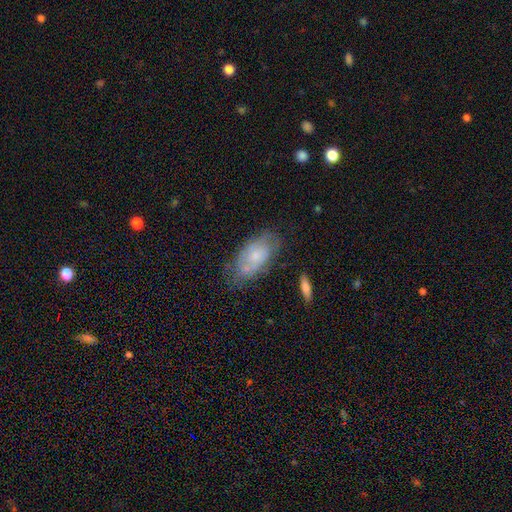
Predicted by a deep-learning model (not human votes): smooth 46% (tied), featured or disk 46% (tied), star or artifact 8%. Down the decision tree: merging — none (59%).